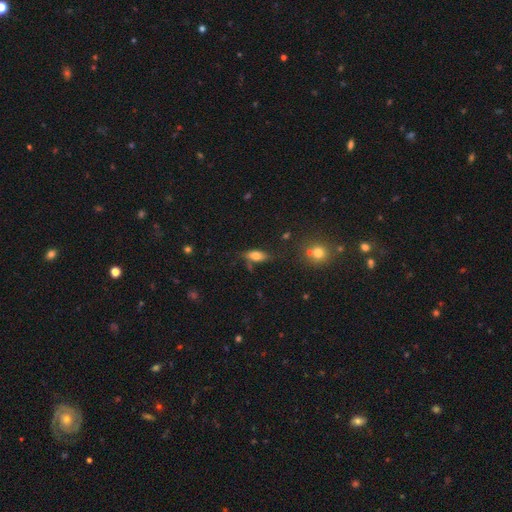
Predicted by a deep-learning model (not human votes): Q: Smooth or featured?
A: smooth (73%); runner-up: featured or disk (17%)
Q: How rounded?
A: in between (78%); runner-up: cigar-shaped (18%)
Q: Merging?
A: none (66%); runner-up: minor disturbance (21%)